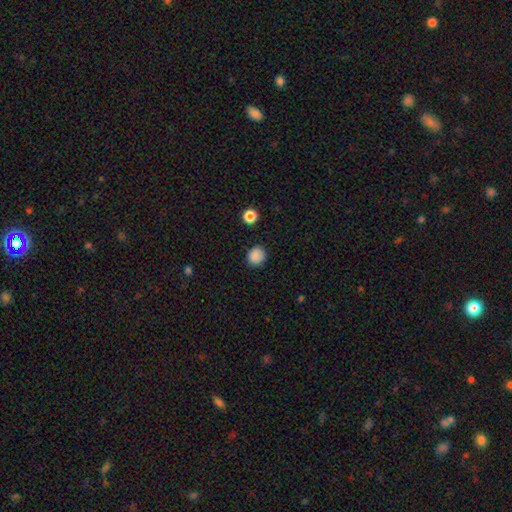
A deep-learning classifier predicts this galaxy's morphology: smooth-or-featured: smooth: 86% | star or artifact: 11% | featured or disk: 4%
  how-rounded: round: 86% | in between: 13% | cigar-shaped: 1%
  merging: none: 87% | minor disturbance: 10% | major disturbance: 2% | merger: 1%